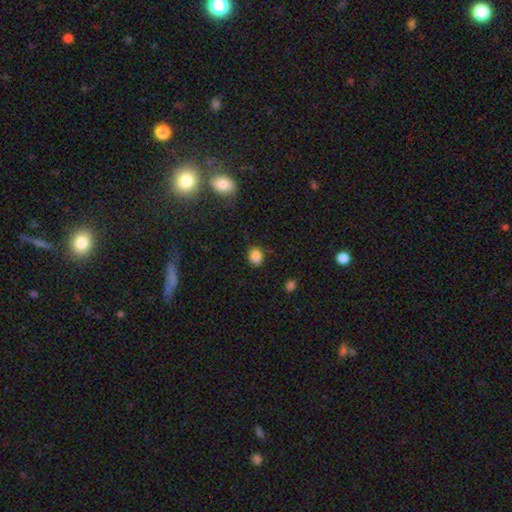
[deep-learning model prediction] Smooth or featured? Predicted: smooth (p=0.85). How rounded? Predicted: in between (p=0.50). Merging? Predicted: none (p=0.78).